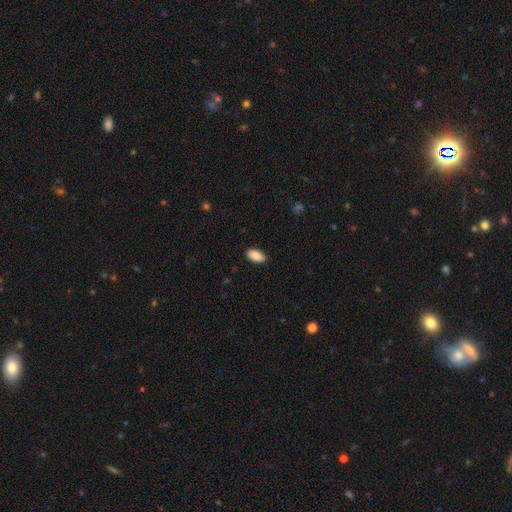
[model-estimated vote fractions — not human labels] This is clearly a smooth galaxy (89%). How rounded: clearly in between (94%). Merging: clearly none (89%).